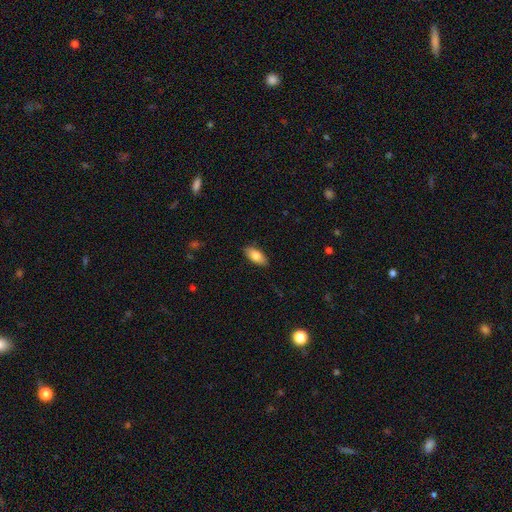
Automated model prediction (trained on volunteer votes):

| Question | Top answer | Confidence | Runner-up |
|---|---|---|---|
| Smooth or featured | smooth | 80% | featured or disk (14%) |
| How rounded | in between | 87% | cigar-shaped (10%) |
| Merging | none | 87% | minor disturbance (10%) |